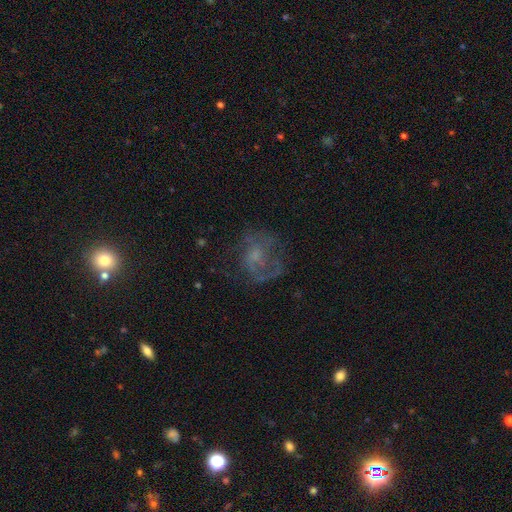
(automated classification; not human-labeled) smooth-or-featured: featured or disk: 56% | smooth: 27% | star or artifact: 16%
  disk-edge-on: no: 98% | yes: 2%
    bar: no: 75% | weak: 21% | strong: 3%
    has-spiral-arms: yes: 62% | no: 38%
    bulge-size: small: 36% | none: 30% | moderate: 28% | large: 5% | dominant: 1%
  merging: none: 52% | major disturbance: 27% | minor disturbance: 19% | merger: 2%